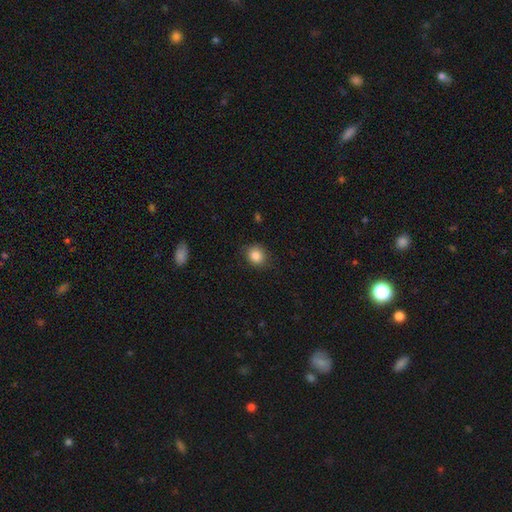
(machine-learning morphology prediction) Smooth or featured?
  - smooth: 85% *
  - star or artifact: 10%
  - featured or disk: 6%
How rounded?
  - round: 77% *
  - in between: 22%
  - cigar-shaped: 1%
Merging?
  - none: 84% *
  - minor disturbance: 12%
  - major disturbance: 3%
  - merger: 1%